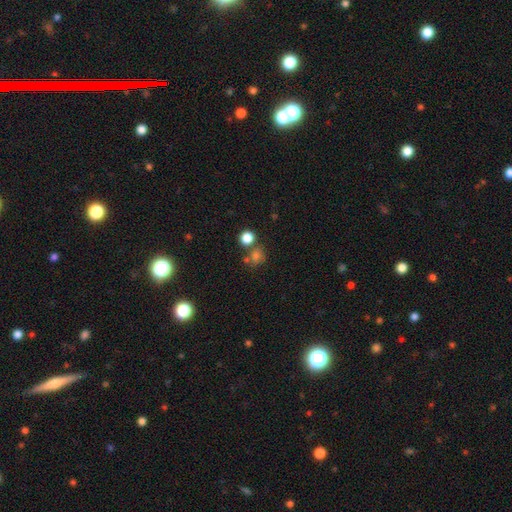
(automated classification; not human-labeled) smooth 67%, star or artifact 24%, featured or disk 9%. Down the decision tree: how rounded — round (81%); merging — none (62%).